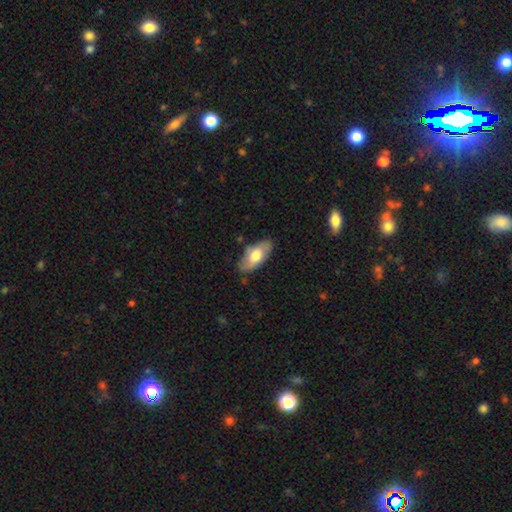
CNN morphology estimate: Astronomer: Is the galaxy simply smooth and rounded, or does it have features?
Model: smooth — 62%.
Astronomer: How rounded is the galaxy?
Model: in between — 89%.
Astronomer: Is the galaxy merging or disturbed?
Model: none — 79%.